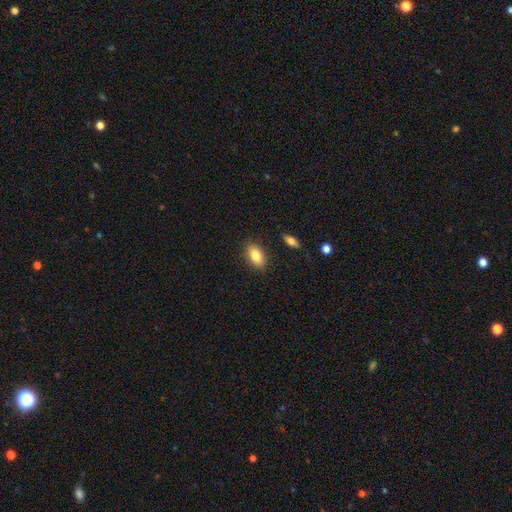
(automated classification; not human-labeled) The model was most divided on "smooth or featured": smooth: 82%, featured or disk: 10%, star or artifact: 7%. More confident: how rounded — in between (90%); merging — none (86%).